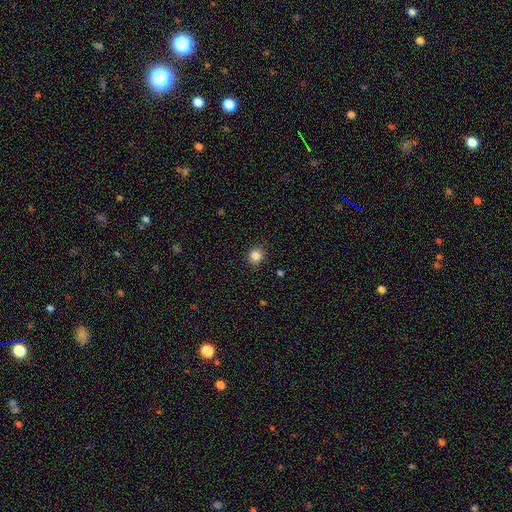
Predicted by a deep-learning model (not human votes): smooth-or-featured: smooth: 85% | star or artifact: 11% | featured or disk: 4%
  how-rounded: round: 89% | in between: 10% | cigar-shaped: 1%
  merging: none: 90% | minor disturbance: 7% | major disturbance: 2% | merger: 1%